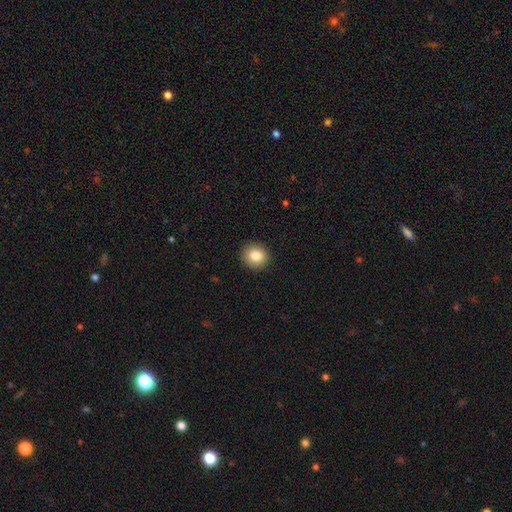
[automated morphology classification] smooth 83%, star or artifact 9%, featured or disk 8%. Down the decision tree: how rounded — round (83%); merging — none (91%).